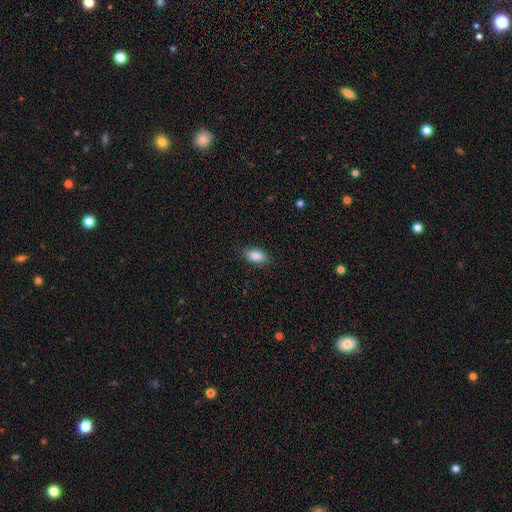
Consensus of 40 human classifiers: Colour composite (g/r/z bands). It shows a smooth galaxy with no disk features (88%) that is in between round and cigar-shaped (86%). Merging: none (86%).